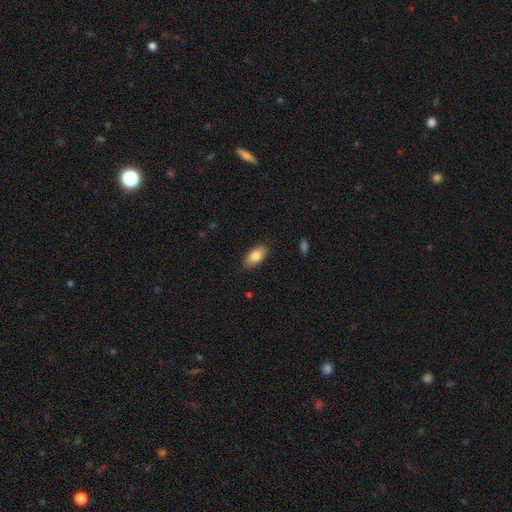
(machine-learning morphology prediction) This appears to be a smooth galaxy with no disk features (82%) that is in between round and cigar-shaped (92%). Merging: none (87%).